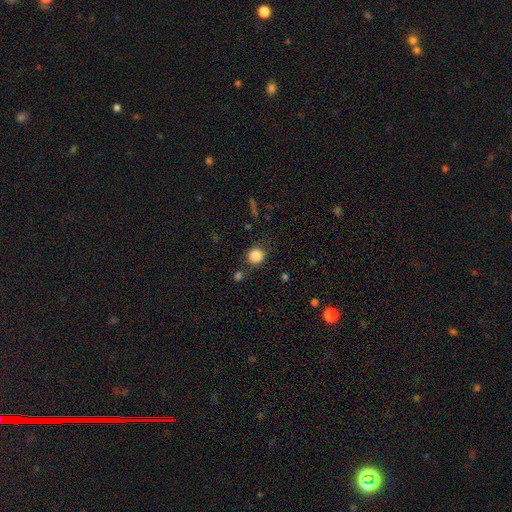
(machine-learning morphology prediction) Overall: smooth (86%). How rounded: round (87%). Merging: none (80%).